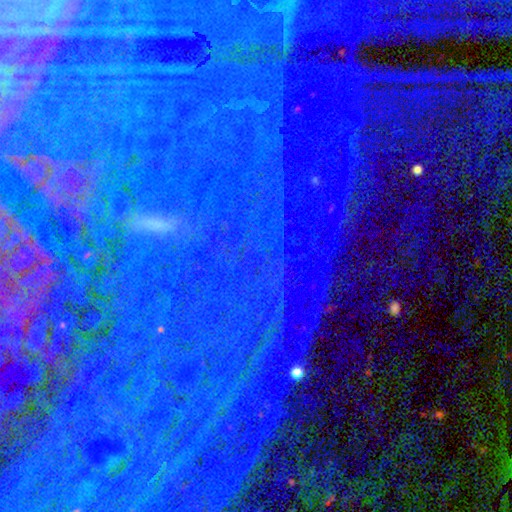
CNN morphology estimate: smooth_or_featured: star or artifact (p=0.77) [alt: featured or disk p=0.14]